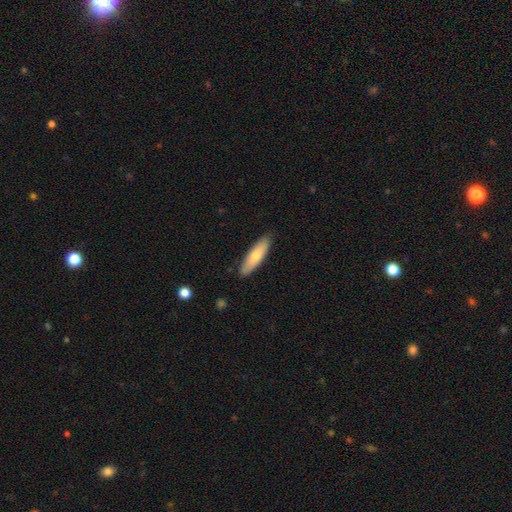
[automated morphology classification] smooth_or_featured: smooth (p=0.72) [alt: featured or disk p=0.23]
how_rounded: cigar-shaped (p=0.61) [alt: in between p=0.37]
merging: none (p=0.87) [alt: minor disturbance p=0.10]